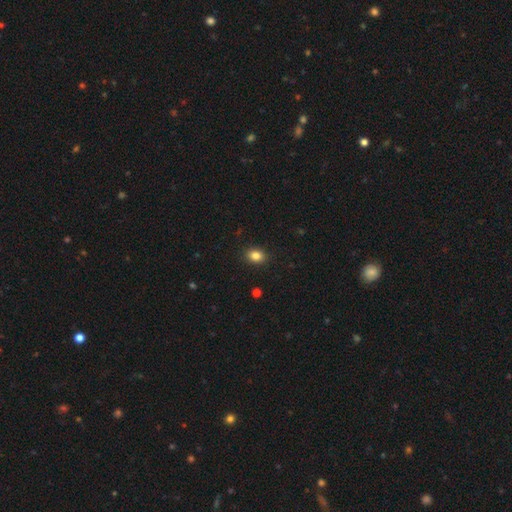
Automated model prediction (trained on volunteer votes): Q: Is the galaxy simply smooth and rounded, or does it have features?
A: smooth — 85%.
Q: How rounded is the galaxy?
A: in between — 64%.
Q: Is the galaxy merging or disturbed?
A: none — 89%.